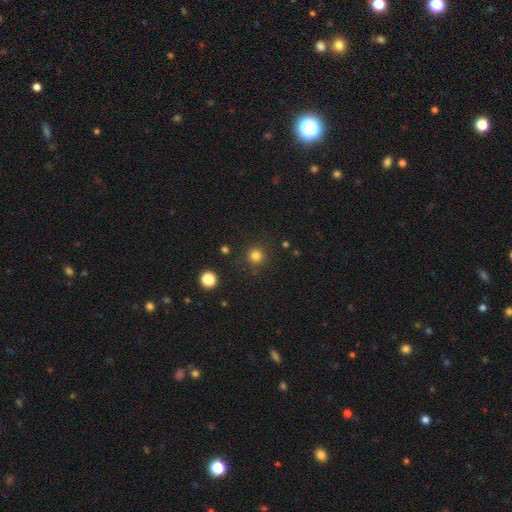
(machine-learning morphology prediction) Smooth or featured?
  - smooth: 81% *
  - star or artifact: 14%
  - featured or disk: 4%
How rounded?
  - round: 94% *
  - in between: 5%
  - cigar-shaped: 1%
Merging?
  - none: 88% *
  - minor disturbance: 7%
  - major disturbance: 3%
  - merger: 2%